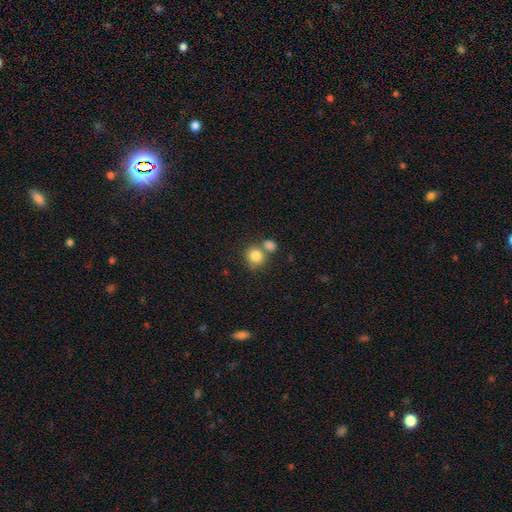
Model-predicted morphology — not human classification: A smooth galaxy with no disk features (83%) that is round (81%). Merging: none (52%).